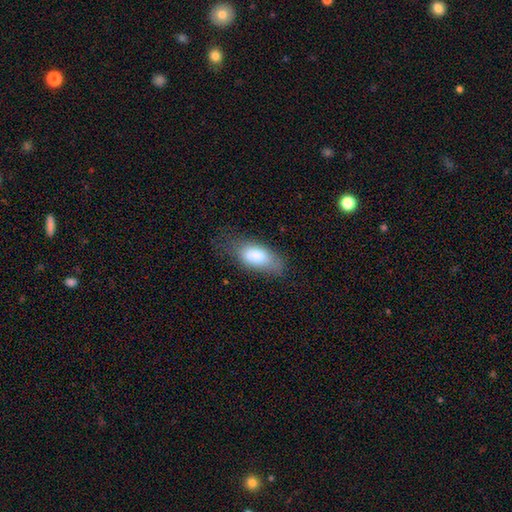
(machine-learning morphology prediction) Smooth or featured? smooth (80%)
How rounded? in between (87%)
Merging? none (62%)